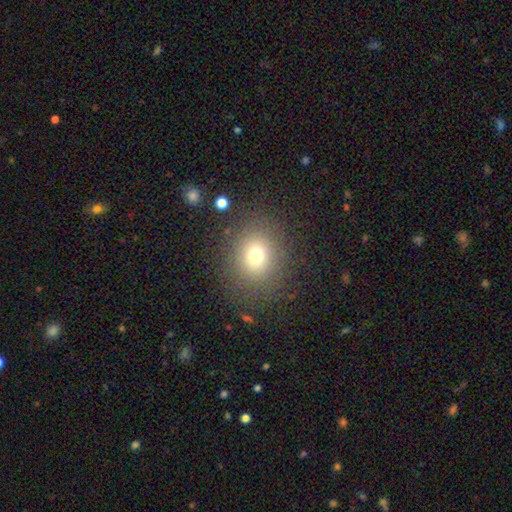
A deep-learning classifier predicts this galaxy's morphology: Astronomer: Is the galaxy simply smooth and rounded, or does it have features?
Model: smooth — 73%.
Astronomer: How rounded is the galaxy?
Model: round — 76%.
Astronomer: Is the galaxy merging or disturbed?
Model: none — 83%.